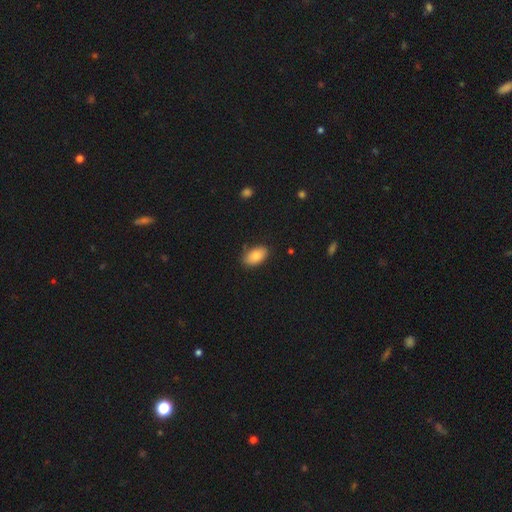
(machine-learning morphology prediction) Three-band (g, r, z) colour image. It shows a smooth galaxy with no disk features (83%) that is in between round and cigar-shaped (93%). Merging: none (84%).